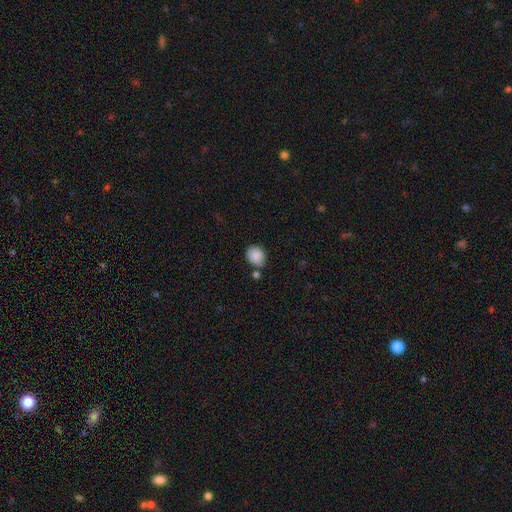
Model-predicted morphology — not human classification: This appears to be a smooth galaxy with no disk features (88%) that is round (66%). Merging: none (68%).